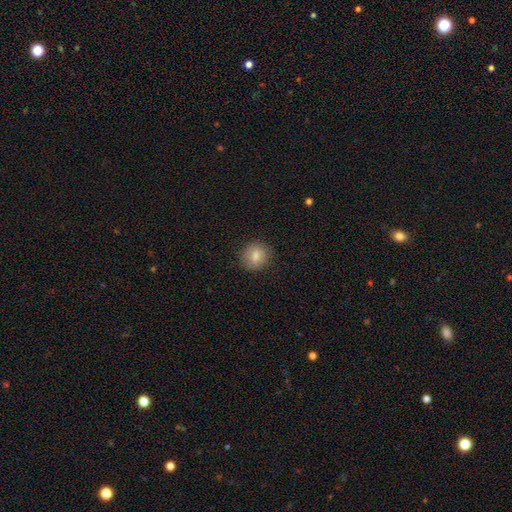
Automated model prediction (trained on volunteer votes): Overall: smooth (81%). How rounded: round (82%). Merging: none (88%).